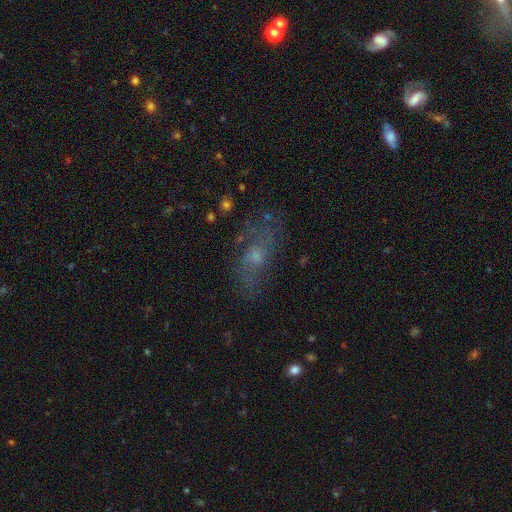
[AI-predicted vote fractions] Smooth or featured? Predicted: featured or disk (p=0.51). Edge-on disk? Predicted: no (p=0.87). Merging? Predicted: none (p=0.65).